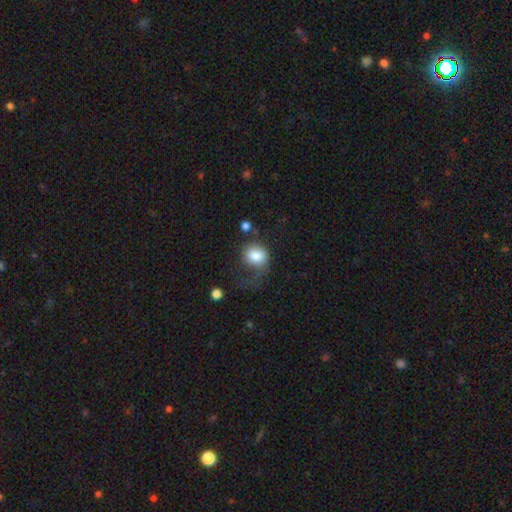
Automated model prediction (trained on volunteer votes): Smooth or featured? smooth (79%)
How rounded? round (58%)
Merging? major disturbance (35%)